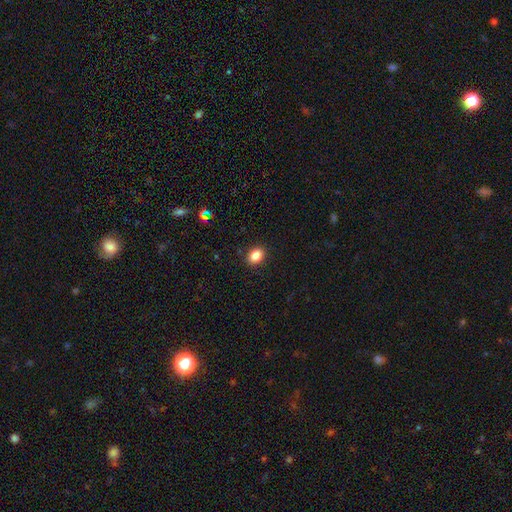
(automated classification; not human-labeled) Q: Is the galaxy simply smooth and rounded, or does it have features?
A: smooth — 85%.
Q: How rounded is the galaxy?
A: in between — 69%.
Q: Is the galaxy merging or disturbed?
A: none — 90%.